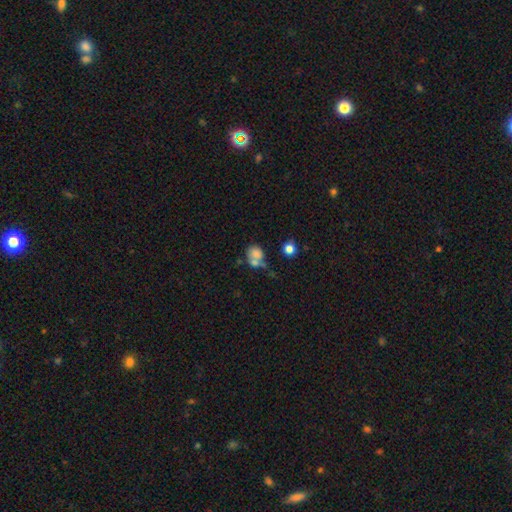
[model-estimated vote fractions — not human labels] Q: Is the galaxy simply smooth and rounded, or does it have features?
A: smooth — 73%.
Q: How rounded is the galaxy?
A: round — 62%.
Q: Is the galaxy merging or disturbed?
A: merger — 48%.